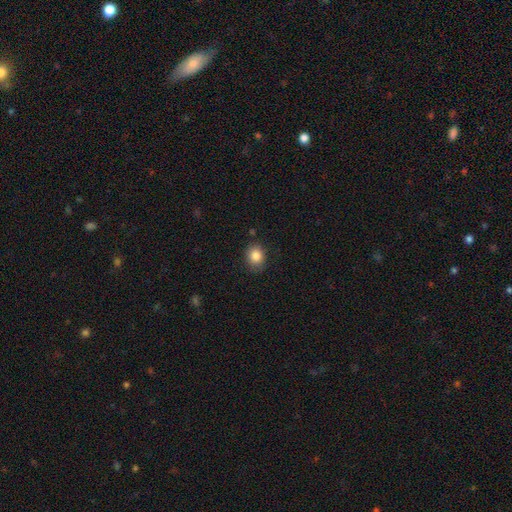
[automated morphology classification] smooth 85%, star or artifact 9%, featured or disk 6%. Down the decision tree: how rounded — round (57%); merging — none (81%).